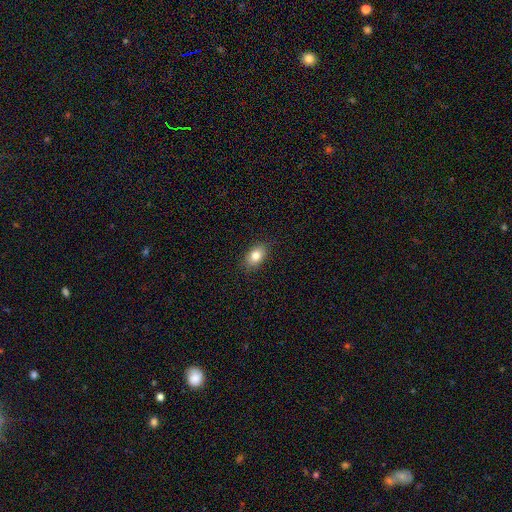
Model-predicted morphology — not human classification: Smooth or featured? Predicted: smooth (p=0.82). How rounded? Predicted: in between (p=0.85). Merging? Predicted: none (p=0.87).